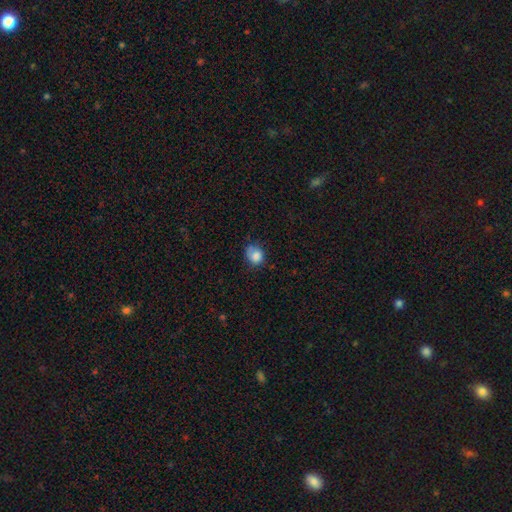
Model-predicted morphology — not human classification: Smooth or featured? smooth (81%)
How rounded? round (63%)
Merging? none (53%)